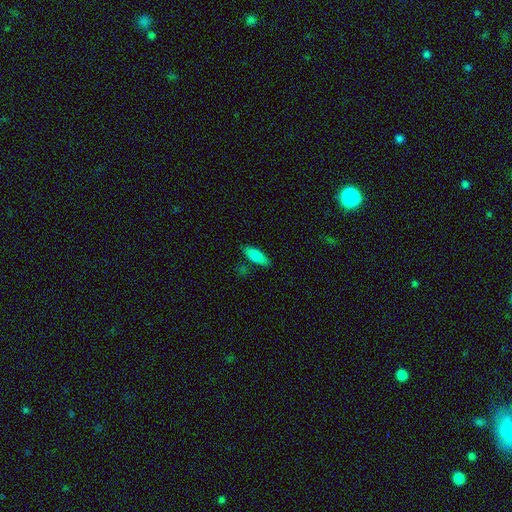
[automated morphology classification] Smooth or featured: smooth — 82% (featured or disk — 12%)
How rounded: in between — 56% (cigar-shaped — 42%)
Merging: none — 80% (minor disturbance — 13%)